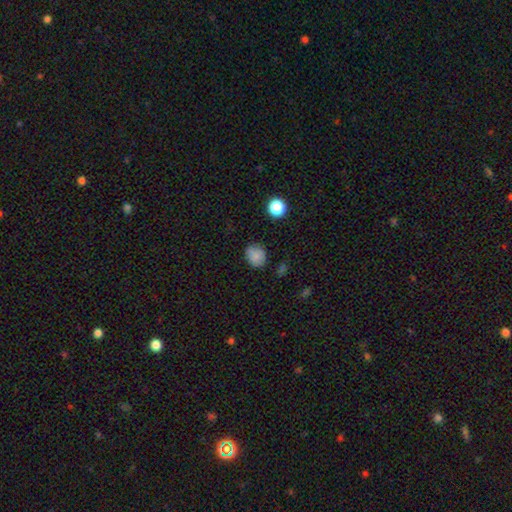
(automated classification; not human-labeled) Q: Smooth or featured?
A: smooth (83%); runner-up: star or artifact (11%)
Q: How rounded?
A: round (68%); runner-up: in between (31%)
Q: Merging?
A: none (76%); runner-up: minor disturbance (18%)